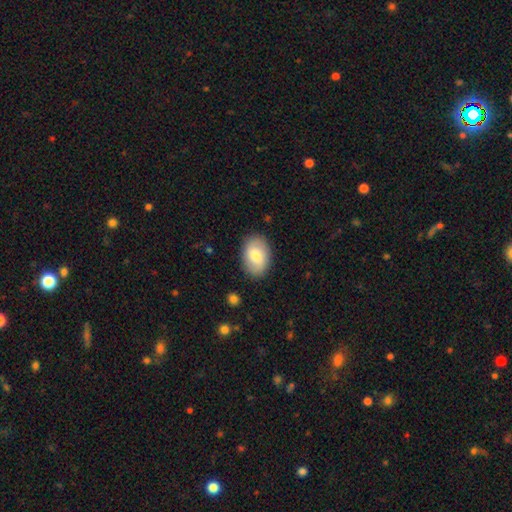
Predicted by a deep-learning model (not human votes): smooth 73%, featured or disk 20%, star or artifact 6%. Down the decision tree: how rounded — in between (85%); merging — none (86%).